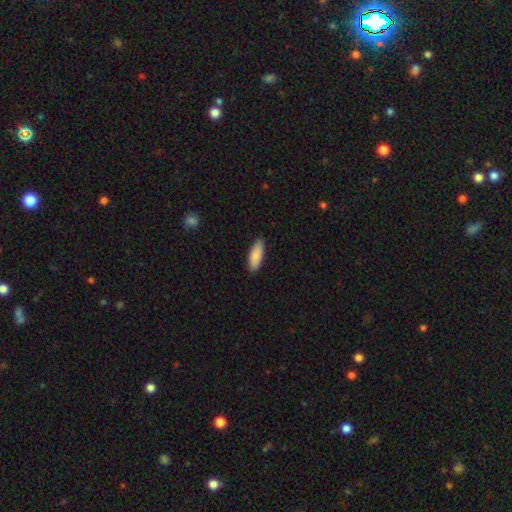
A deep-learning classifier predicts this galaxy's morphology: smooth-or-featured: smooth: 88% | featured or disk: 7% | star or artifact: 5%
  how-rounded: in between: 67% | cigar-shaped: 32% | round: 2%
  merging: none: 87% | minor disturbance: 10% | major disturbance: 2% | merger: 1%